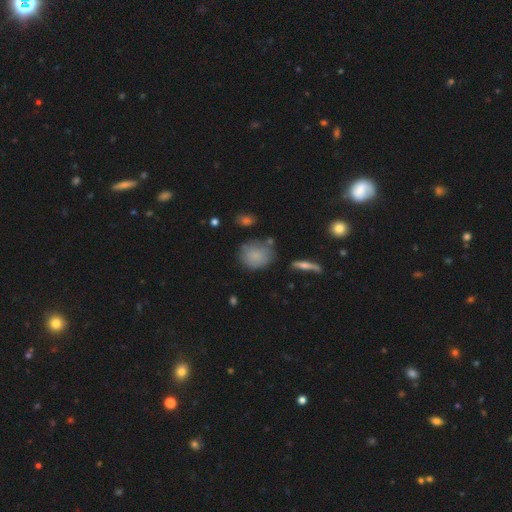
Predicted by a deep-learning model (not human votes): Overall: smooth (75%). How rounded: round (71%). Merging: none (63%; minor disturbance 24%).